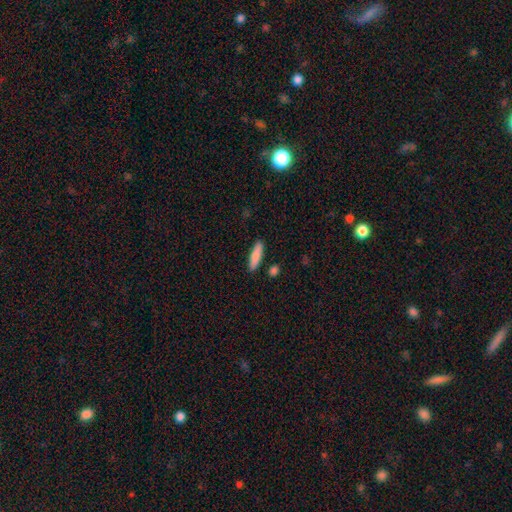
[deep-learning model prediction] Smooth or featured?
  - smooth: 84% *
  - featured or disk: 10%
  - star or artifact: 6%
How rounded?
  - cigar-shaped: 74% *
  - in between: 24%
  - round: 2%
Merging?
  - none: 87% *
  - minor disturbance: 8%
  - merger: 3%
  - major disturbance: 2%